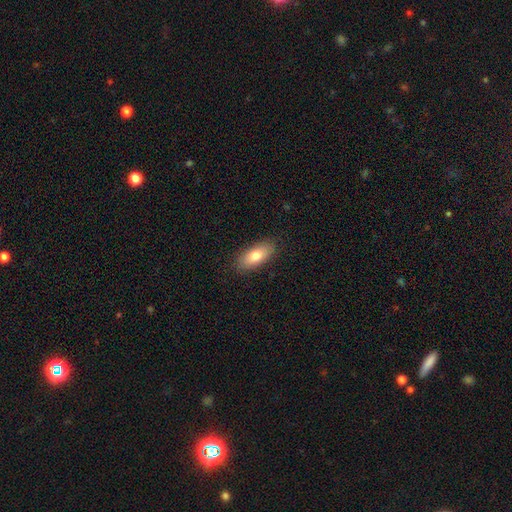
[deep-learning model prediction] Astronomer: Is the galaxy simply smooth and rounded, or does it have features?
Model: smooth — 78%.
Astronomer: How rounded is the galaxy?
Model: in between — 82%.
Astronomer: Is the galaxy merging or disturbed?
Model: none — 87%.